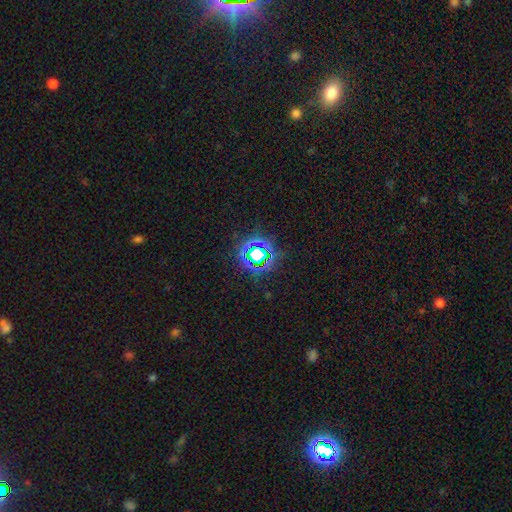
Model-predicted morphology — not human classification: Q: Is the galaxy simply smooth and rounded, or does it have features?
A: star or artifact — 76%.